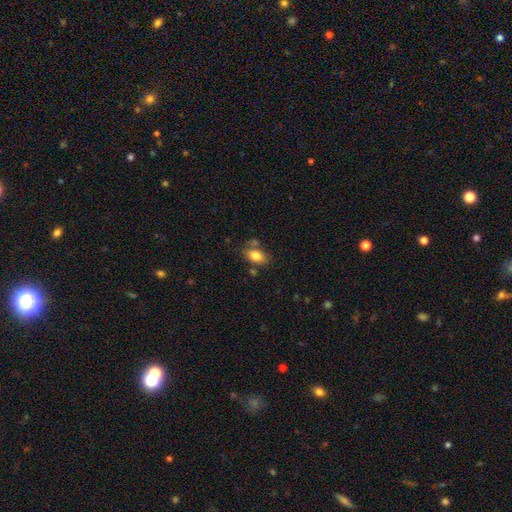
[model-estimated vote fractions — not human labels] This appears to be a smooth galaxy with no disk features (82%) that is in between round and cigar-shaped (87%). Merging: none (66%).